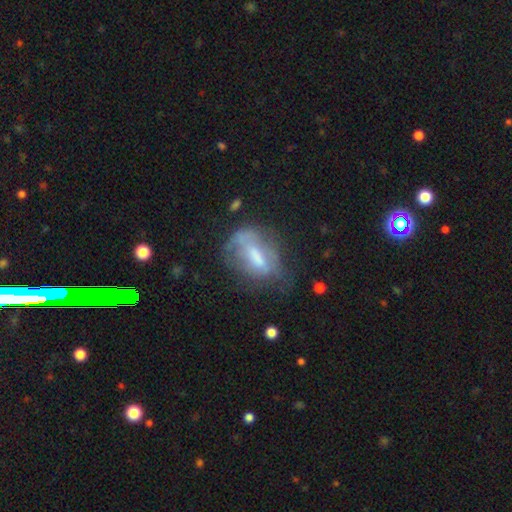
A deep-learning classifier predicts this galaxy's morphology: A featured or disk galaxy (49%).

Vote fractions:
- Smooth or featured? featured or disk: 49% / smooth: 41% / star or artifact: 10%
- Merging? none: 42% / minor disturbance: 28% / major disturbance: 26% / merger: 4%